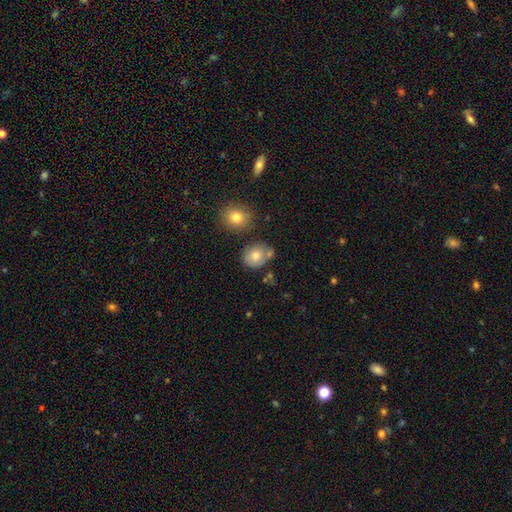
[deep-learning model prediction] Smooth or featured: smooth — 77% (featured or disk — 13%)
How rounded: round — 69% (in between — 30%)
Merging: none — 69% (minor disturbance — 15%)